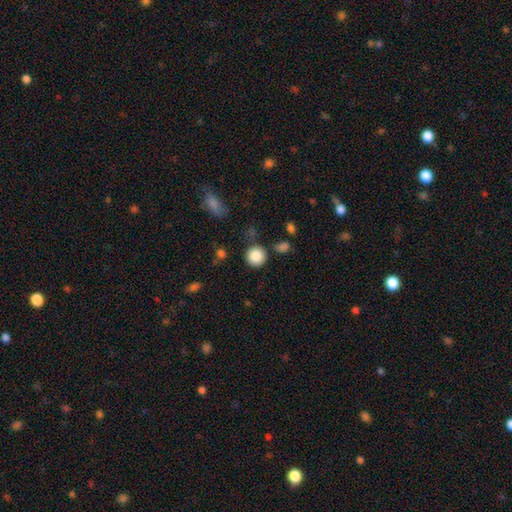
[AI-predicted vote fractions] Morphology: type=smooth (86%); roundness=round (92%); merging=none (84%).